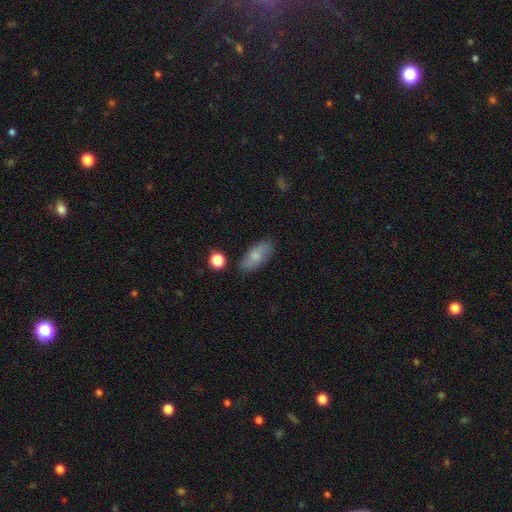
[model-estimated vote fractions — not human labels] The model was most divided on "smooth or featured": smooth: 72%, featured or disk: 21%, star or artifact: 7%. More confident: how rounded — in between (86%); merging — none (77%).